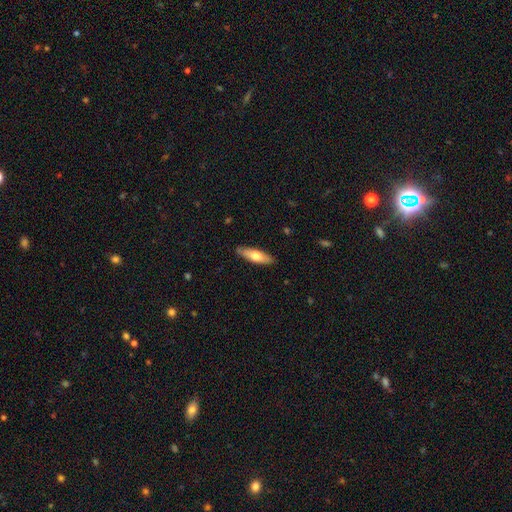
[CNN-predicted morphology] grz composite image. It shows a smooth galaxy with no disk features (62%) that is cigar-shaped (52%). Merging: none (86%).